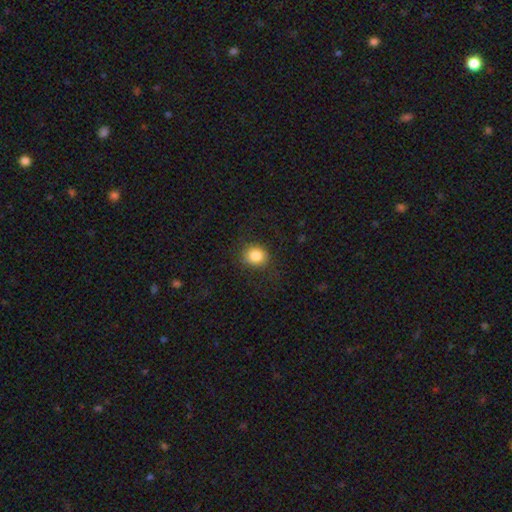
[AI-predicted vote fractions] Q: Smooth or featured?
A: smooth (84%); runner-up: star or artifact (10%)
Q: How rounded?
A: round (79%); runner-up: in between (20%)
Q: Merging?
A: none (82%); runner-up: minor disturbance (12%)